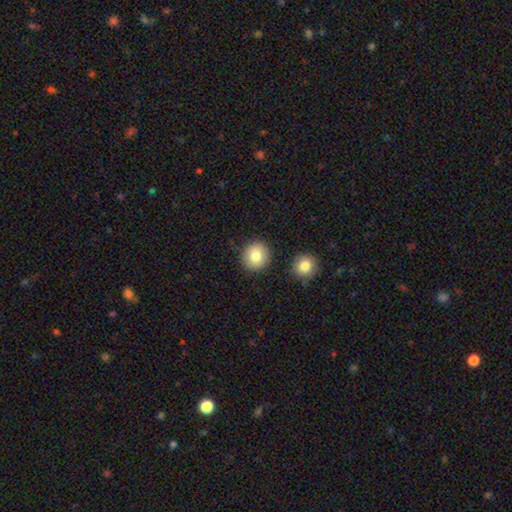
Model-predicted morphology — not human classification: Q: Smooth or featured?
A: smooth (81%); runner-up: featured or disk (10%)
Q: How rounded?
A: round (92%); runner-up: in between (8%)
Q: Merging?
A: none (87%); runner-up: minor disturbance (7%)